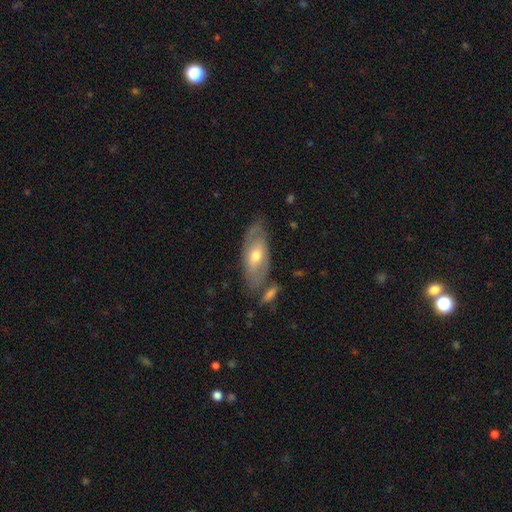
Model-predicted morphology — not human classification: This appears to be a featured or disk galaxy (60%). Merging: none (70%).